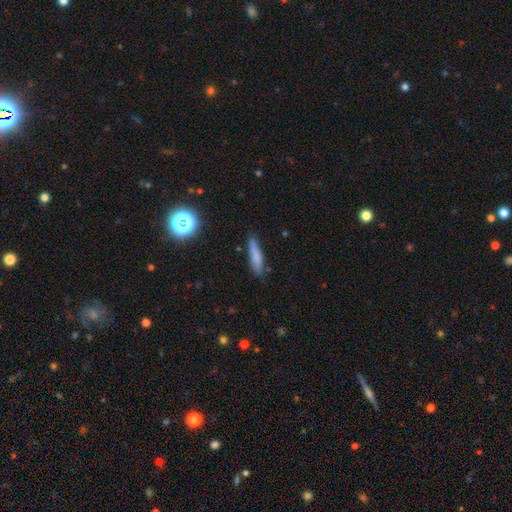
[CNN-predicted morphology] Smooth or featured? Predicted: smooth (p=0.76). How rounded? Predicted: cigar-shaped (p=0.81). Merging? Predicted: none (p=0.78).